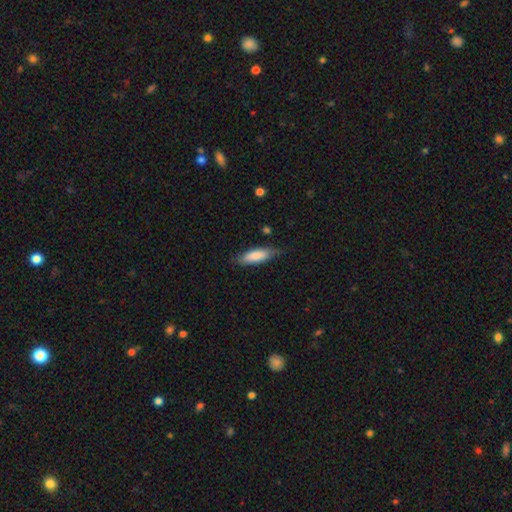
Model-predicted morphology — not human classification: Smooth or featured? smooth (83%)
How rounded? in between (53%)
Merging? none (72%)